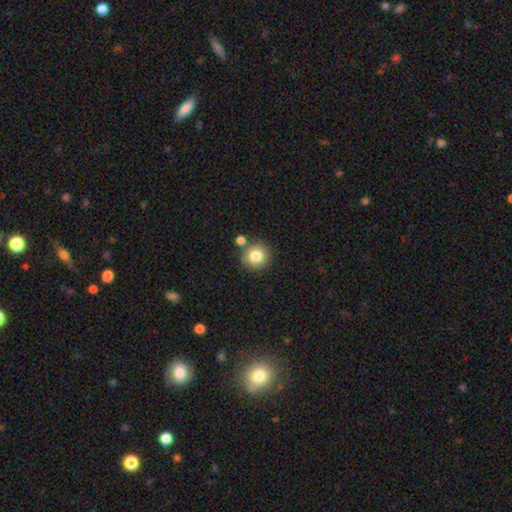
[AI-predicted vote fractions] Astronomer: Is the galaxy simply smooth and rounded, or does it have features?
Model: smooth — 81%.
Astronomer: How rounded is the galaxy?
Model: round — 90%.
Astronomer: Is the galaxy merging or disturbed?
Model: none — 76%.